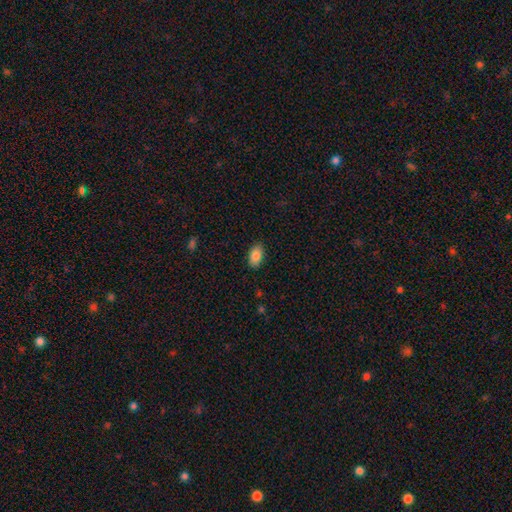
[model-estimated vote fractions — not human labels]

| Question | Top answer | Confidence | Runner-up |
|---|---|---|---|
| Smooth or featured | smooth | 86% | star or artifact (8%) |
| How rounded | in between | 92% | round (6%) |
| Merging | none | 88% | minor disturbance (9%) |